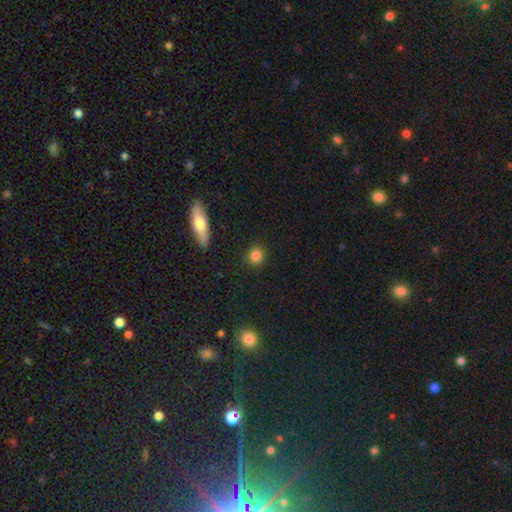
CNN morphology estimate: smooth_or_featured: smooth (p=0.84) [alt: star or artifact p=0.10]
how_rounded: round (p=0.85) [alt: in between p=0.12]
merging: none (p=0.89) [alt: minor disturbance p=0.07]